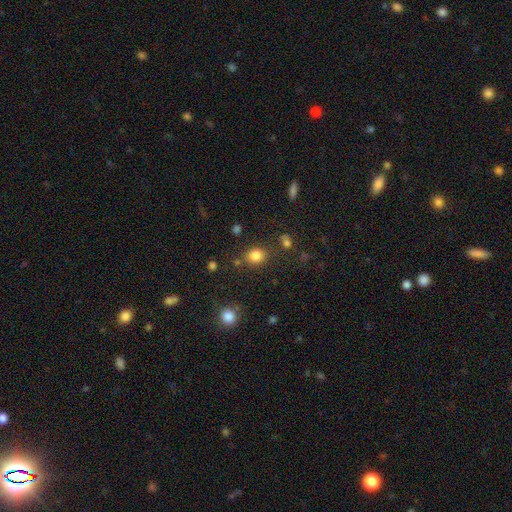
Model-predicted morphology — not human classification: Smooth or featured? Predicted: smooth (p=0.82). How rounded? Predicted: round (p=0.72). Merging? Predicted: none (p=0.79).